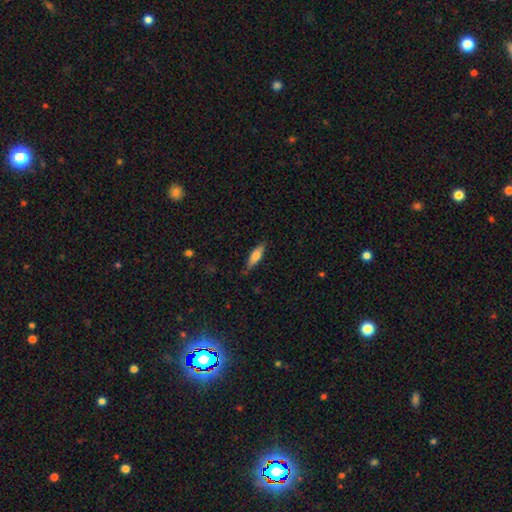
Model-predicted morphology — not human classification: Smooth or featured? smooth (73%)
How rounded? cigar-shaped (52%)
Merging? none (80%)